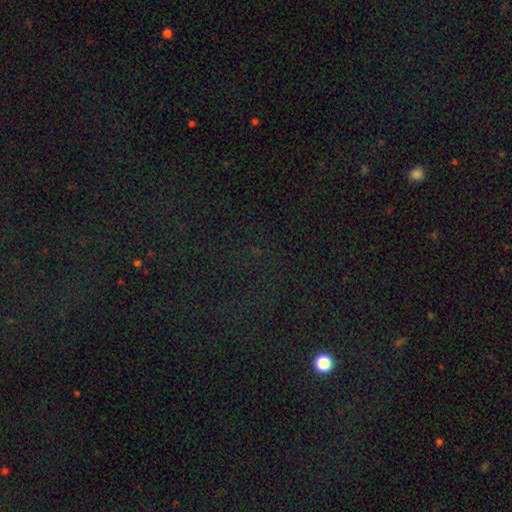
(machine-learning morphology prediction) Overall: star or artifact (76%).